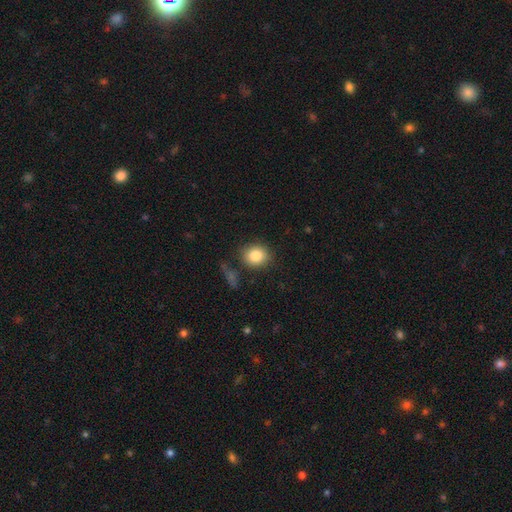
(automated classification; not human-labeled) Q: Smooth or featured?
A: smooth (84%); runner-up: star or artifact (9%)
Q: How rounded?
A: round (76%); runner-up: in between (23%)
Q: Merging?
A: none (83%); runner-up: minor disturbance (10%)